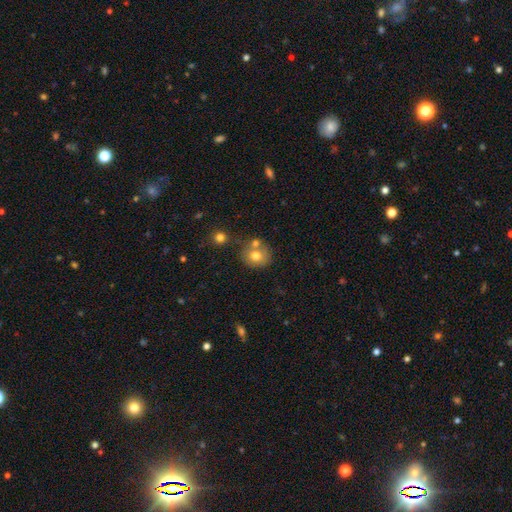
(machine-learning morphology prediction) This is likely a smooth galaxy (75%). How rounded: clearly round (82%). Merging: possibly none (57%).